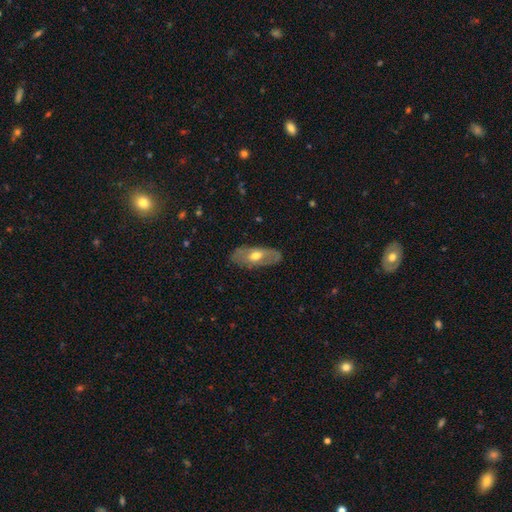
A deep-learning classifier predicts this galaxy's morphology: The model was most divided on "smooth or featured": featured or disk: 52%, smooth: 42%, star or artifact: 6%. More confident: merging — none (79%); edge-on disk — no (79%).